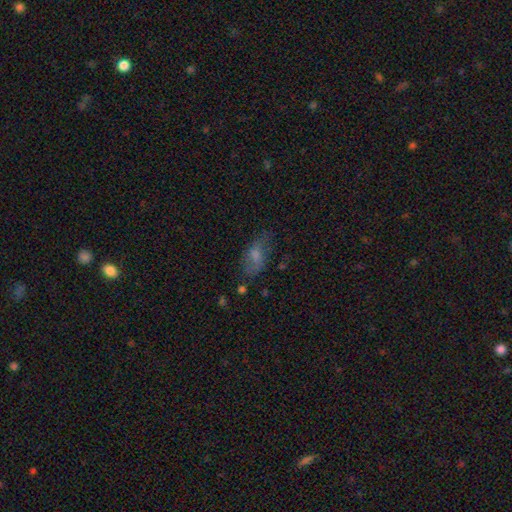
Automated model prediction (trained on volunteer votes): This is likely a smooth galaxy (61%). How rounded: clearly in between (86%). Merging: possibly none (55%).